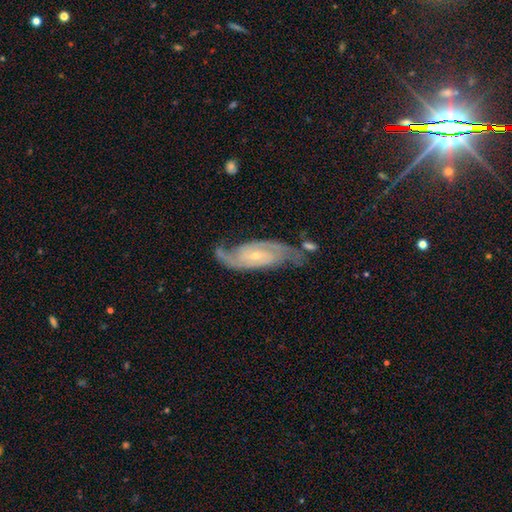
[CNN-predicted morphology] This appears to be a featured or disk galaxy (88%) with no bar (53%), 2 (85%) medium (44%) spiral arms (97%) and a small central bulge (75%). Merging: none (65%).